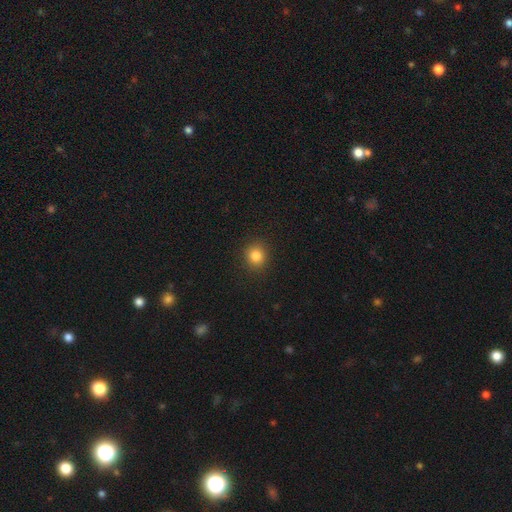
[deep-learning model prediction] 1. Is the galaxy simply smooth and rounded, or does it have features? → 83% smooth, 12% star or artifact, 5% featured or disk.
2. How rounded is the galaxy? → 86% round, 13% in between, 1% cigar-shaped.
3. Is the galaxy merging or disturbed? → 91% none, 6% minor disturbance, 2% major disturbance, 1% merger.